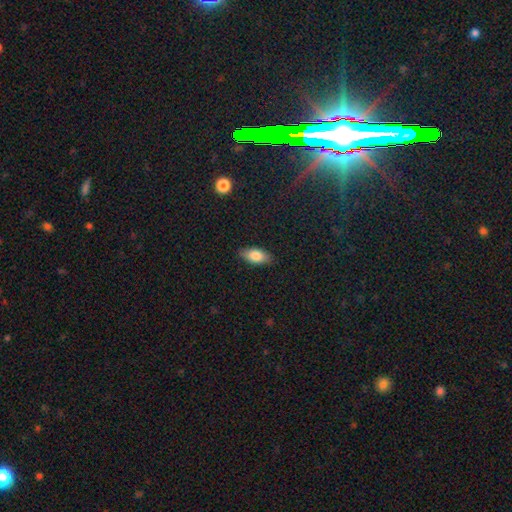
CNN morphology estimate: A smooth galaxy with no disk features (80%) that is in between round and cigar-shaped (88%). Merging: none (86%).